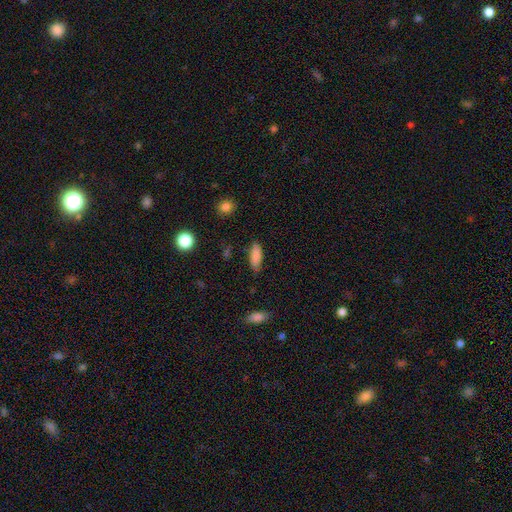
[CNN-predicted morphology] Smooth or featured?
  - smooth: 87% *
  - star or artifact: 7%
  - featured or disk: 6%
How rounded?
  - in between: 67% *
  - cigar-shaped: 31%
  - round: 2%
Merging?
  - none: 82% *
  - minor disturbance: 14%
  - major disturbance: 3%
  - merger: 2%